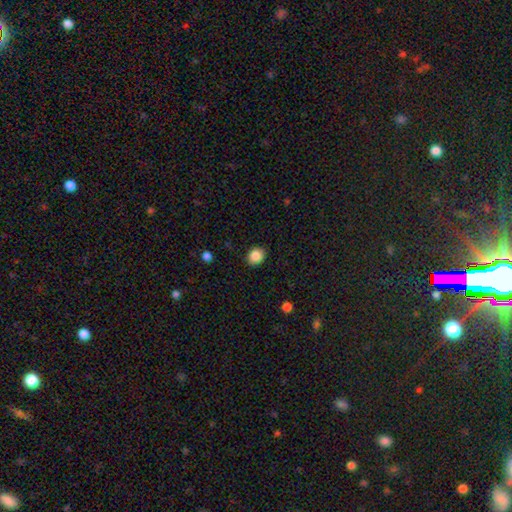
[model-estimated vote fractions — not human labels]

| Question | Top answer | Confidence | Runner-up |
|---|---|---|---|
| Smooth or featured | smooth | 86% | star or artifact (9%) |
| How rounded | round | 65% | in between (34%) |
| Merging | none | 89% | minor disturbance (8%) |